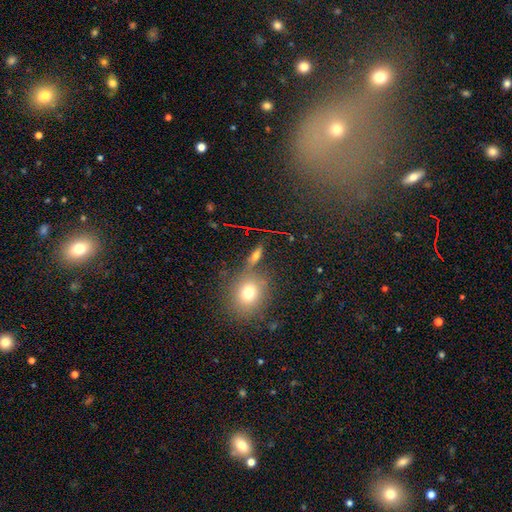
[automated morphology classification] The model was most divided on "smooth or featured": smooth: 48%, featured or disk: 29%, star or artifact: 23%. More confident: merging — none (75%).